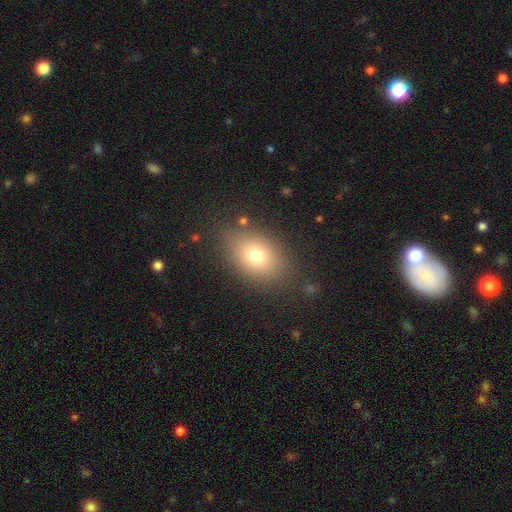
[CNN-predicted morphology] Smooth or featured: smooth — 73% (star or artifact — 14%)
How rounded: in between — 72% (round — 27%)
Merging: none — 81% (minor disturbance — 11%)